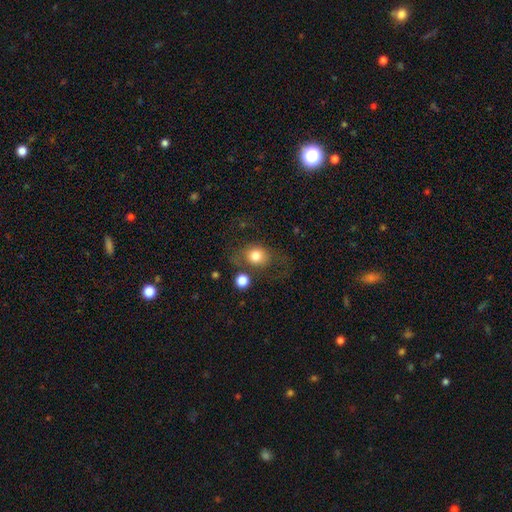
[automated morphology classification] A smooth galaxy with no disk features (76%) that is round (62%). Merging: none (56%).